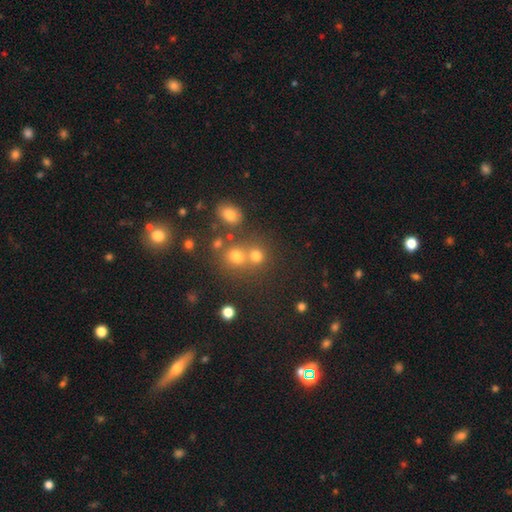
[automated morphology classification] Smooth or featured?
  - smooth: 72% *
  - star or artifact: 18%
  - featured or disk: 9%
How rounded?
  - round: 82% *
  - in between: 16%
  - cigar-shaped: 1%
Merging?
  - none: 52% *
  - merger: 37%
  - minor disturbance: 7%
  - major disturbance: 4%